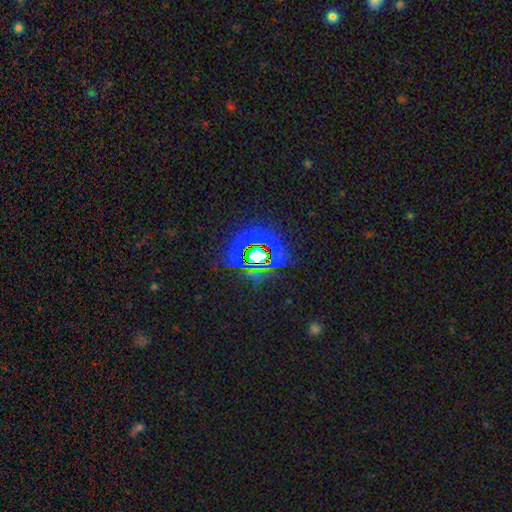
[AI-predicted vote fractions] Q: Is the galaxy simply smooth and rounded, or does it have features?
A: star or artifact — 75%.